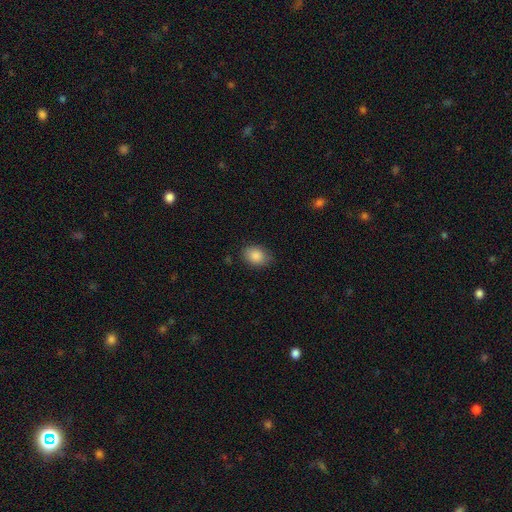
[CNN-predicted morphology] Smooth or featured? Predicted: smooth (p=0.87). How rounded? Predicted: in between (p=0.67). Merging? Predicted: none (p=0.79).